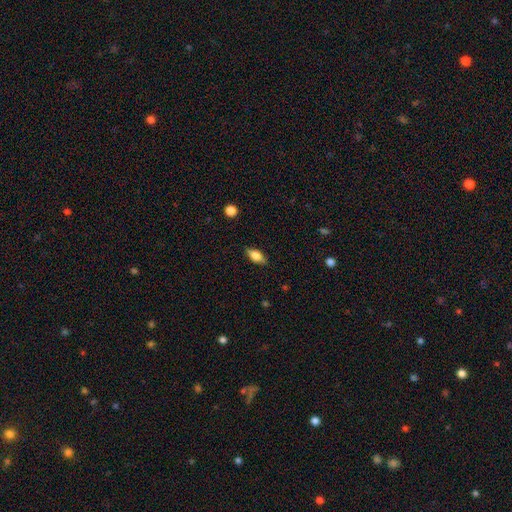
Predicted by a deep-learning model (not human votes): Smooth or featured? smooth (77%)
How rounded? in between (83%)
Merging? none (84%)